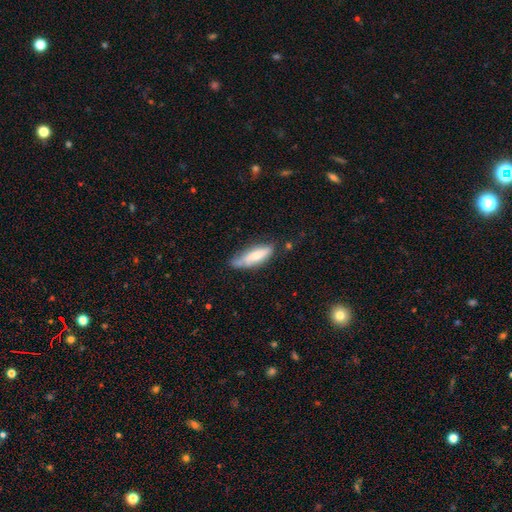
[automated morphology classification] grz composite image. It shows a smooth galaxy with no disk features (68%) that is cigar-shaped (49%, tied with in between). Merging: none (53%).